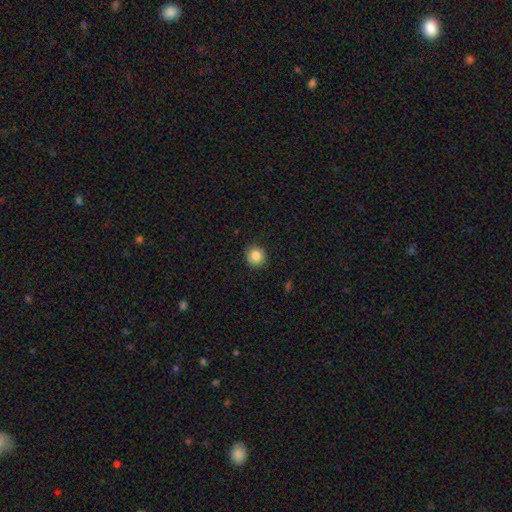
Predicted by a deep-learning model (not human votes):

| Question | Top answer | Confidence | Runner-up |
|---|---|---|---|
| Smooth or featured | smooth | 86% | star or artifact (9%) |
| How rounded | round | 90% | in between (9%) |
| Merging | none | 89% | minor disturbance (8%) |